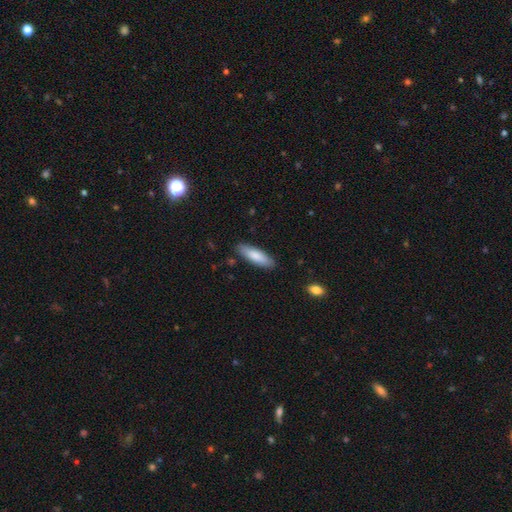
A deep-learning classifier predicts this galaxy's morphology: smooth-or-featured: smooth: 82% | featured or disk: 13% | star or artifact: 5%
  how-rounded: cigar-shaped: 53% | in between: 45% | round: 1%
  merging: none: 87% | minor disturbance: 10% | major disturbance: 2% | merger: 1%